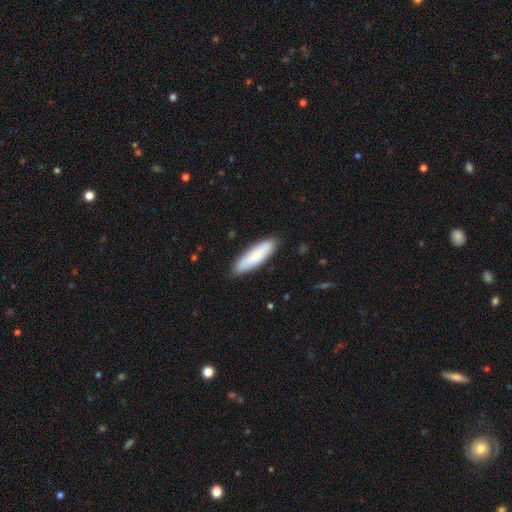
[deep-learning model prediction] This appears to be a smooth galaxy with no disk features (80%) that is cigar-shaped (63%). Merging: none (87%).